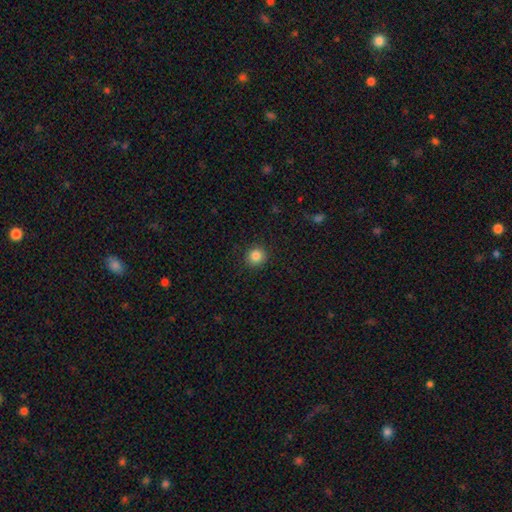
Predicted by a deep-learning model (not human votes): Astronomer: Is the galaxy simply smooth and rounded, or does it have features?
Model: smooth — 85%.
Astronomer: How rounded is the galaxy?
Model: round — 90%.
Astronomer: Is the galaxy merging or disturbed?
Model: none — 91%.